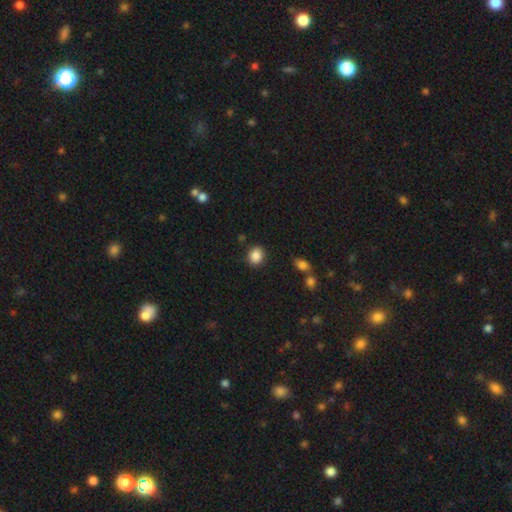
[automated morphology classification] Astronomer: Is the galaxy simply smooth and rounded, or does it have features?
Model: smooth — 87%.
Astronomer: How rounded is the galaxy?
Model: round — 70%.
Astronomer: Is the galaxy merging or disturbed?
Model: none — 87%.